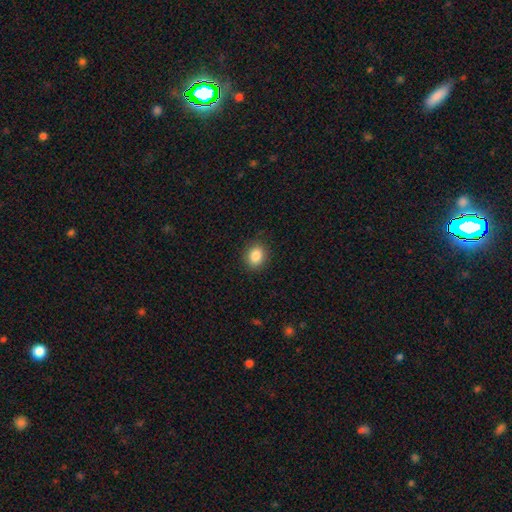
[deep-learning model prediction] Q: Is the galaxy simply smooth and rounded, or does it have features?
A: smooth — 85%.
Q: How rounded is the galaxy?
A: round — 60%.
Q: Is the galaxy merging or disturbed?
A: none — 89%.